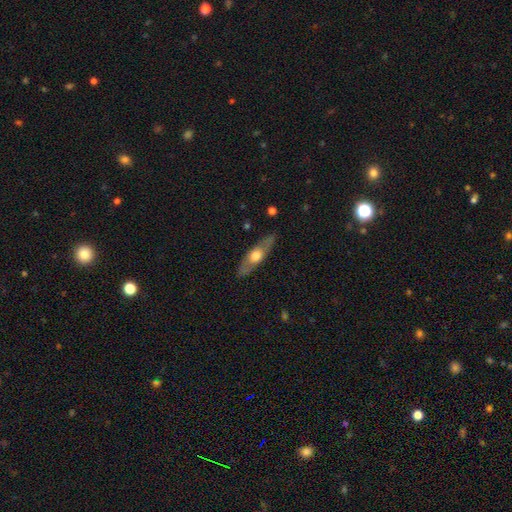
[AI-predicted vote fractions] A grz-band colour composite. It shows a featured or disk galaxy (52%) viewed edge-on (70%). Merging: none (84%).